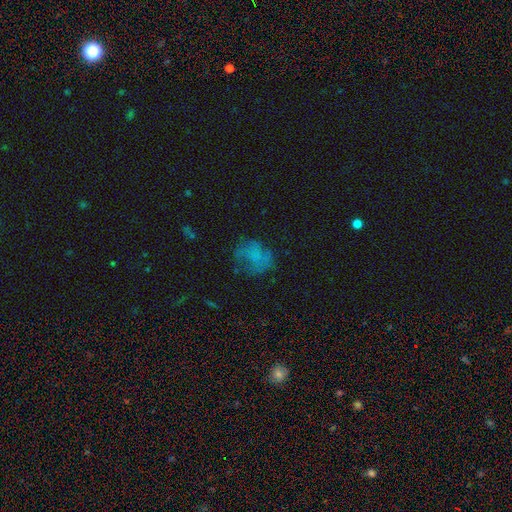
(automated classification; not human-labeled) Smooth or featured? smooth (50%)
How rounded? round (52%)
Merging? none (51%)